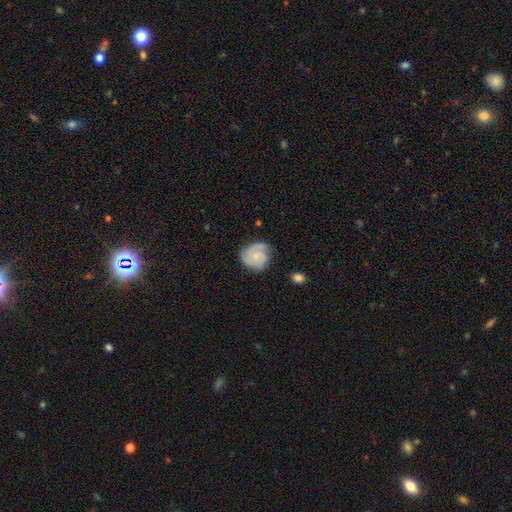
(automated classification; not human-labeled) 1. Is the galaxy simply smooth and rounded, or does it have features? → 70% featured or disk, 24% smooth, 6% star or artifact.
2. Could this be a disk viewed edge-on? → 98% no, 2% yes.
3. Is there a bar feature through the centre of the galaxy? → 75% no, 23% weak, 3% strong.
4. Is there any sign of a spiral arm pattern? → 95% yes, 5% no.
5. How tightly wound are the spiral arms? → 59% tight, 33% medium, 8% loose.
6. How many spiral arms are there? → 43% 3, 24% 2, 17% can't tell, 6% 4, 6% 1, 4% more than 4.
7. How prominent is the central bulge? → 66% small, 18% moderate, 14% none, 1% large, 1% dominant.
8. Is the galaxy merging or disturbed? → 73% none, 19% minor disturbance, 6% major disturbance, 2% merger.